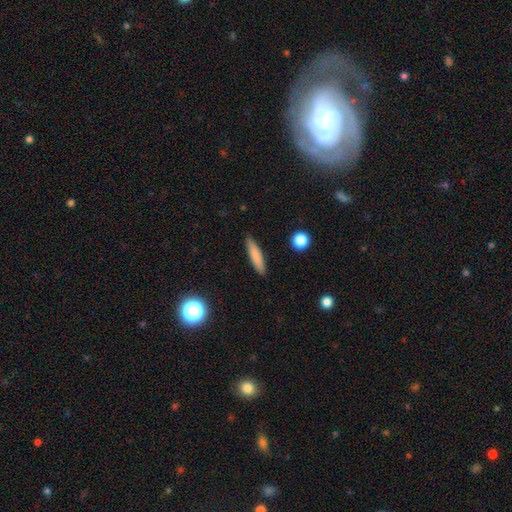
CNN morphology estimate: type=smooth (80%); roundness=cigar-shaped (84%); merging=none (89%).